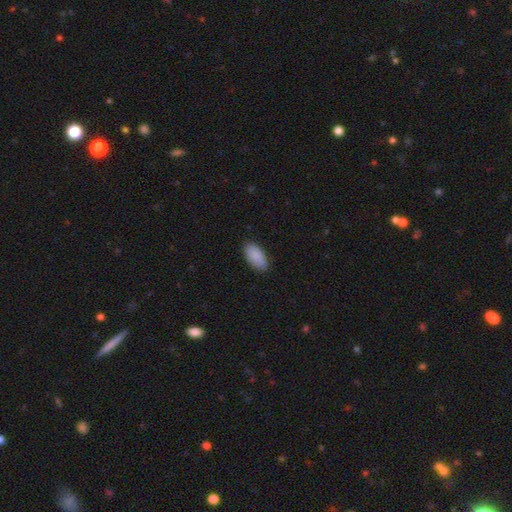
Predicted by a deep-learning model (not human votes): smooth-or-featured: smooth: 90% | star or artifact: 6% | featured or disk: 4%
  how-rounded: in between: 93% | cigar-shaped: 5% | round: 2%
  merging: none: 85% | minor disturbance: 12% | major disturbance: 2% | merger: 1%